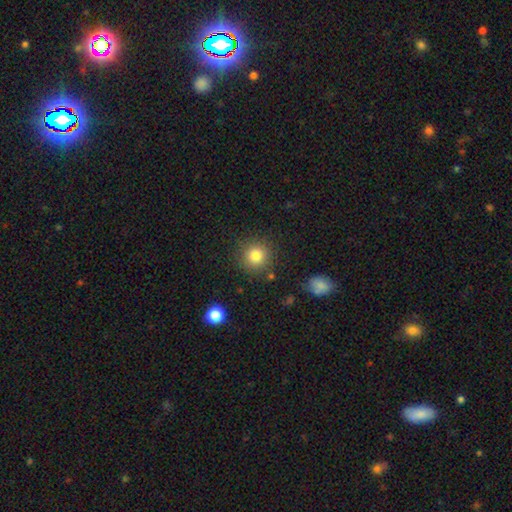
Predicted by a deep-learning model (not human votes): smooth 82%, star or artifact 12%, featured or disk 7%. Down the decision tree: how rounded — round (93%); merging — none (87%).